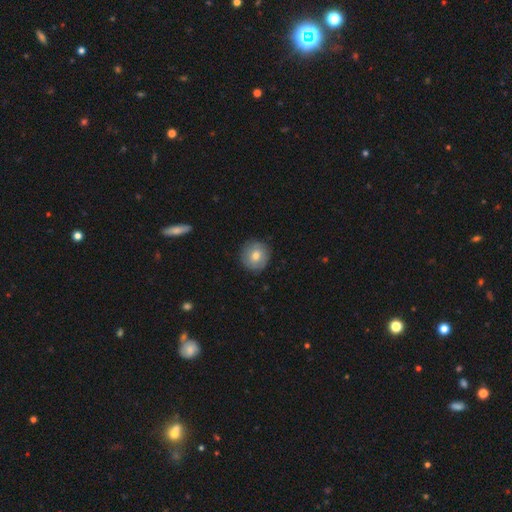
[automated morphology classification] This appears to be a smooth galaxy with no disk features (69%) that is round (93%). Merging: none (86%).